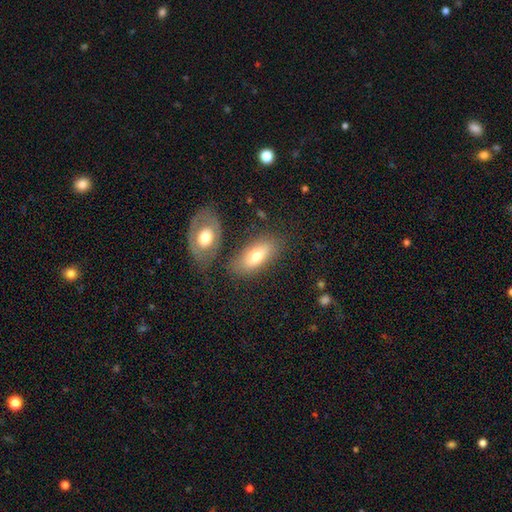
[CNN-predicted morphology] Smooth or featured?
  - smooth: 69% *
  - featured or disk: 24%
  - star or artifact: 7%
How rounded?
  - in between: 85% *
  - cigar-shaped: 12%
  - round: 4%
Merging?
  - none: 71% *
  - minor disturbance: 13%
  - merger: 11%
  - major disturbance: 5%